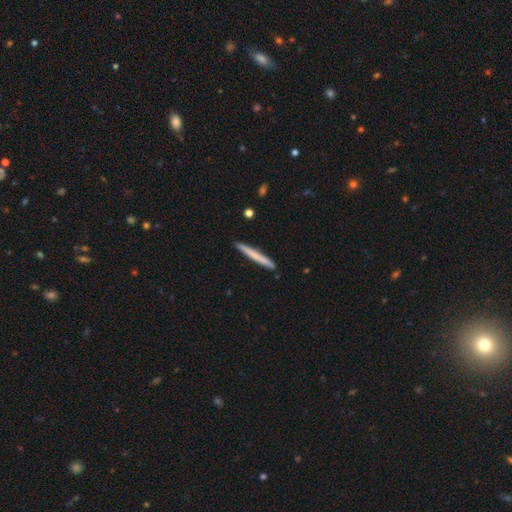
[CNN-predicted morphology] smooth-or-featured: smooth: 66% | featured or disk: 29% | star or artifact: 5%
  how-rounded: cigar-shaped: 97% | in between: 2% | round: 1%
  merging: none: 91% | minor disturbance: 6% | merger: 1% | major disturbance: 1%